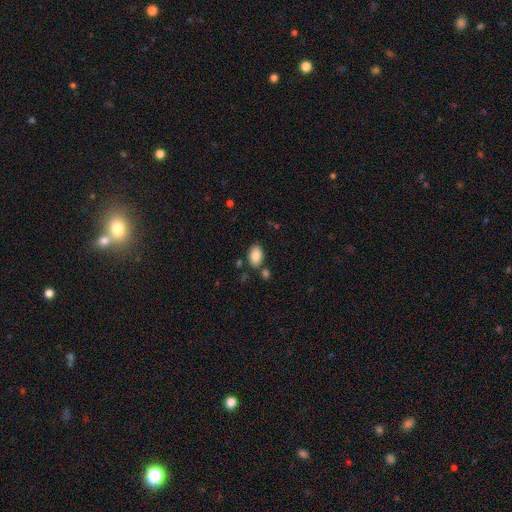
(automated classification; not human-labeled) This appears to be a smooth galaxy with no disk features (88%) that is in between round and cigar-shaped (90%). Merging: none (74%).